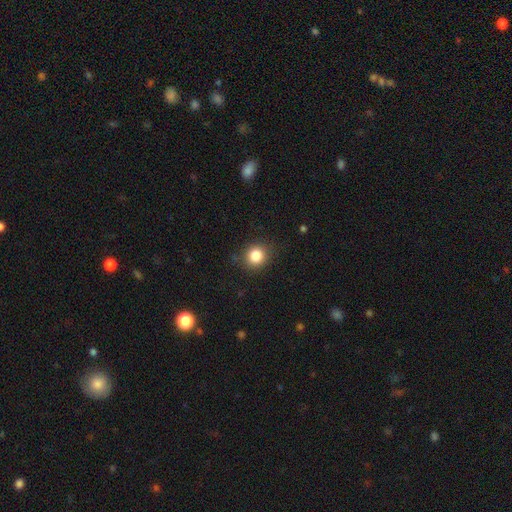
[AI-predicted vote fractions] Q: Smooth or featured?
A: smooth (83%); runner-up: star or artifact (11%)
Q: How rounded?
A: round (85%); runner-up: in between (14%)
Q: Merging?
A: none (86%); runner-up: minor disturbance (10%)